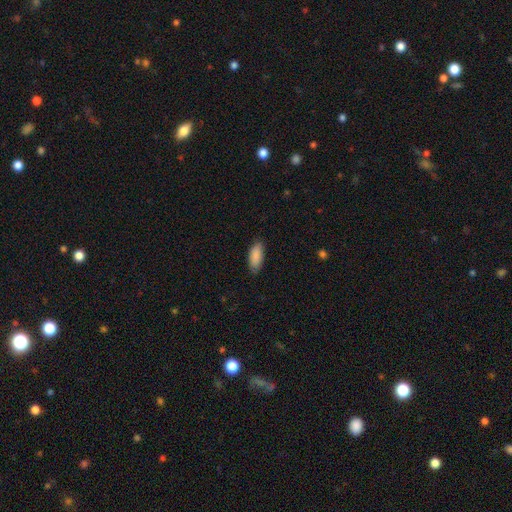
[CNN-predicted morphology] The model was most divided on "how rounded": in between: 84%, cigar-shaped: 14%, round: 2%. More confident: smooth or featured — smooth (90%); merging — none (83%).